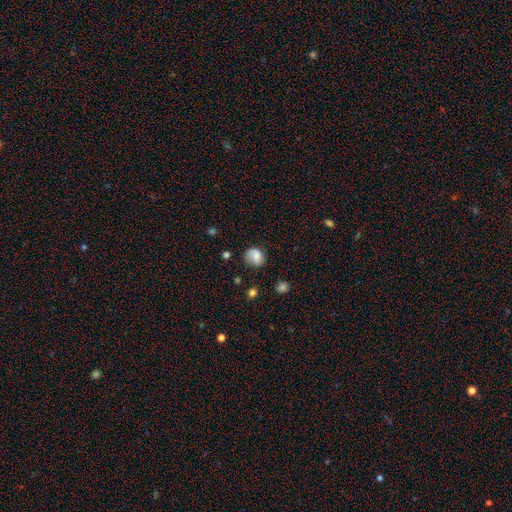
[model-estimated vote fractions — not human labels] Q: Smooth or featured?
A: smooth (71%); runner-up: featured or disk (20%)
Q: How rounded?
A: round (70%); runner-up: in between (29%)
Q: Merging?
A: none (63%); runner-up: minor disturbance (25%)